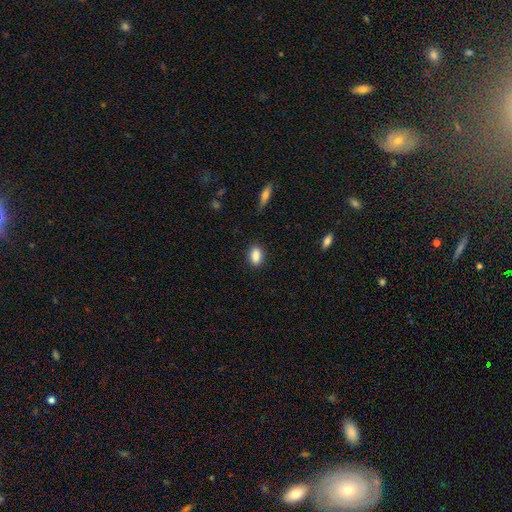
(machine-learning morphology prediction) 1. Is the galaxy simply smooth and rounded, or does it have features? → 88% smooth, 8% star or artifact, 5% featured or disk.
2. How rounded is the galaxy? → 84% in between, 12% round, 4% cigar-shaped.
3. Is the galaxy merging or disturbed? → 86% none, 10% minor disturbance, 2% major disturbance, 1% merger.